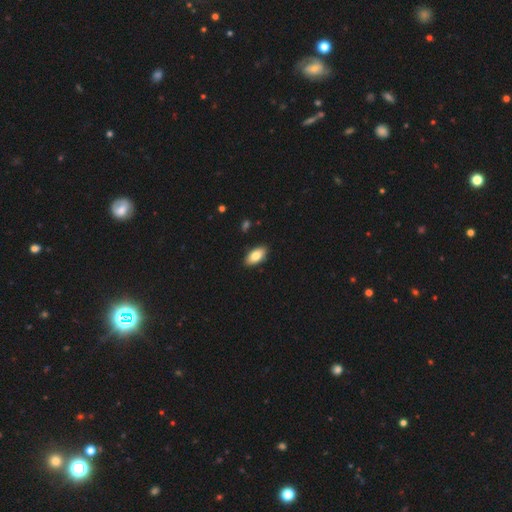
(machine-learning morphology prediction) Q: Smooth or featured?
A: smooth (82%); runner-up: featured or disk (12%)
Q: How rounded?
A: in between (91%); runner-up: cigar-shaped (6%)
Q: Merging?
A: none (89%); runner-up: minor disturbance (8%)